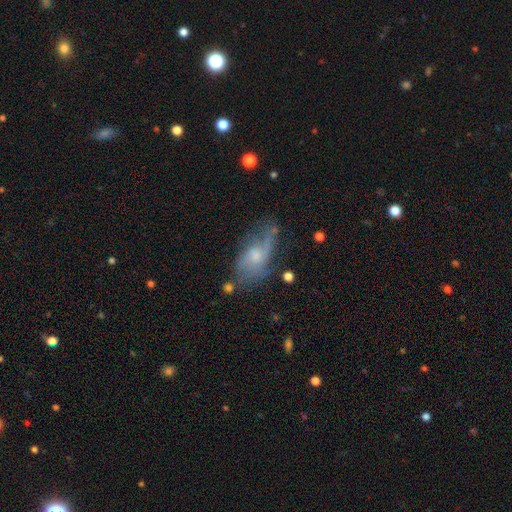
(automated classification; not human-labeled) A featured or disk galaxy (56%) with no bar (69%), spiral arms (71%) and a small central bulge (47%). Merging: none (45%).